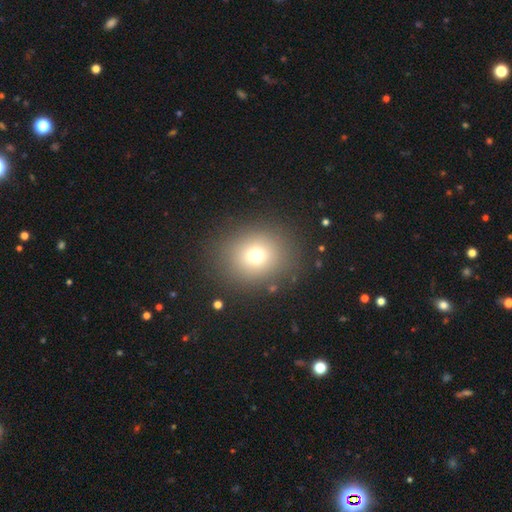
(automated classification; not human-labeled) A smooth galaxy with no disk features (72%) that is round (74%).

Vote fractions:
- Smooth or featured? smooth: 72% / star or artifact: 17% / featured or disk: 11%
- How rounded? round: 74% / in between: 25% / cigar-shaped: 1%
- Merging? none: 86% / minor disturbance: 8% / major disturbance: 5% / merger: 2%